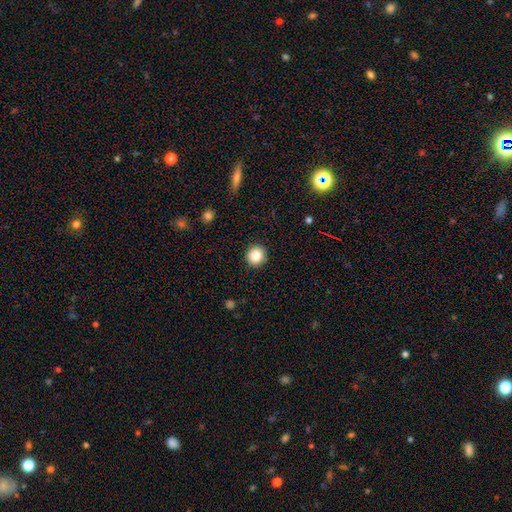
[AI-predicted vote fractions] A smooth galaxy with no disk features (84%) that is round (92%).

Vote fractions:
- Smooth or featured? smooth: 84% / star or artifact: 10% / featured or disk: 6%
- How rounded? round: 92% / in between: 7% / cigar-shaped: 1%
- Merging? none: 92% / minor disturbance: 5% / major disturbance: 2% / merger: 1%